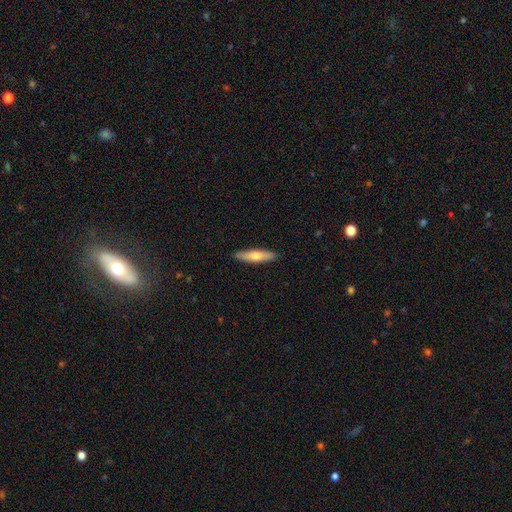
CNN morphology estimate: smooth_or_featured: smooth (p=0.66) [alt: featured or disk p=0.29]
how_rounded: cigar-shaped (p=0.78) [alt: in between p=0.20]
merging: none (p=0.90) [alt: minor disturbance p=0.07]